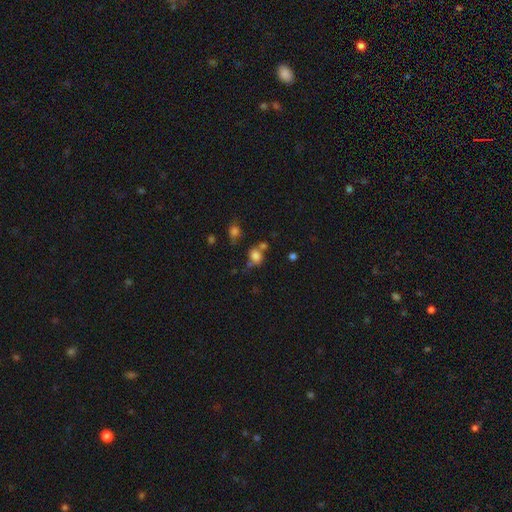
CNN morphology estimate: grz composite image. It shows a smooth galaxy with no disk features (75%) that is round (52%). Merging: none (48%).